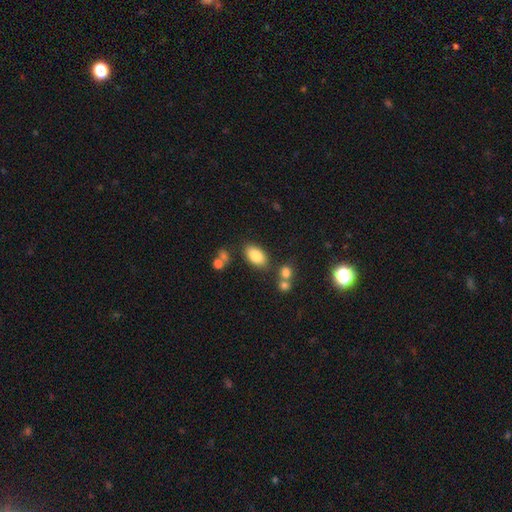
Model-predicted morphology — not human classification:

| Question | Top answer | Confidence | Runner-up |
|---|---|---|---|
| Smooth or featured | smooth | 84% | star or artifact (8%) |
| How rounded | in between | 92% | round (6%) |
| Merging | none | 77% | minor disturbance (12%) |